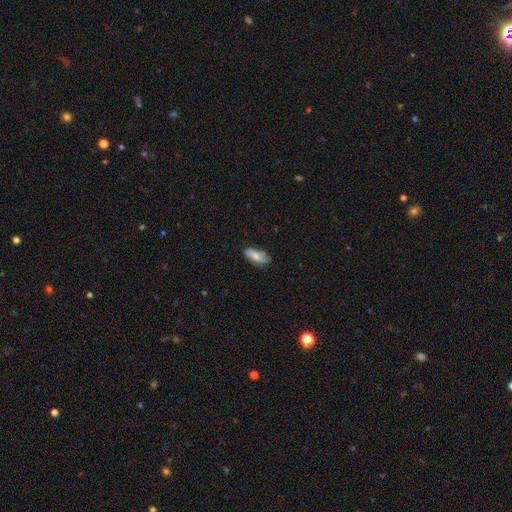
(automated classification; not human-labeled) Q: Smooth or featured?
A: smooth (64%); runner-up: featured or disk (28%)
Q: How rounded?
A: in between (83%); runner-up: cigar-shaped (14%)
Q: Merging?
A: none (71%); runner-up: minor disturbance (22%)